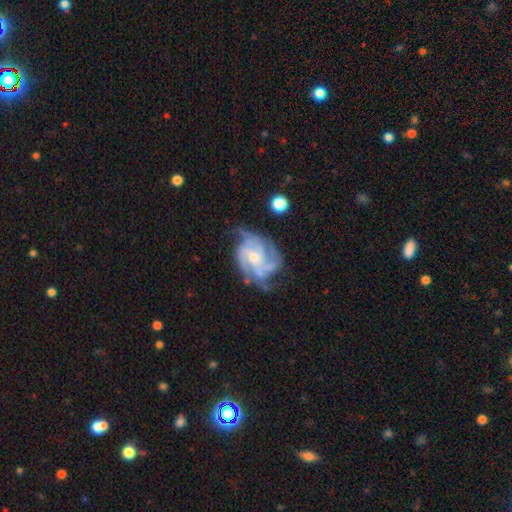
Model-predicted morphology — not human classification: Smooth or featured? featured or disk (87%)
Edge-on disk? no (98%)
Bar? no (58%)
Spiral arms? yes (96%)
Spiral winding? tight (51%)
Spiral arm count? 3 (37%)
Bulge size? moderate (52%)
Merging? none (62%)